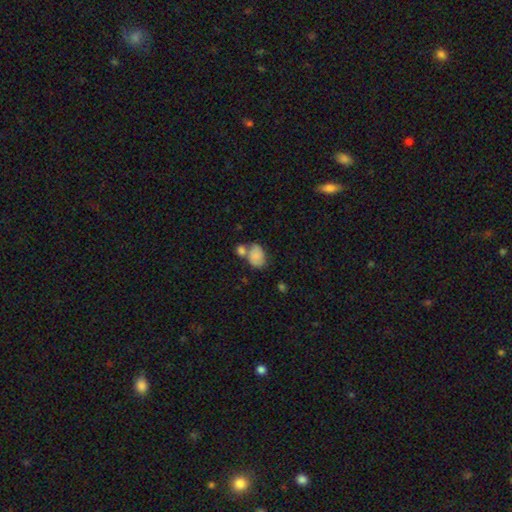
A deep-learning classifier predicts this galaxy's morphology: Overall: smooth (77%). How rounded: in between (74%). Merging: merger (43%; none 35%).